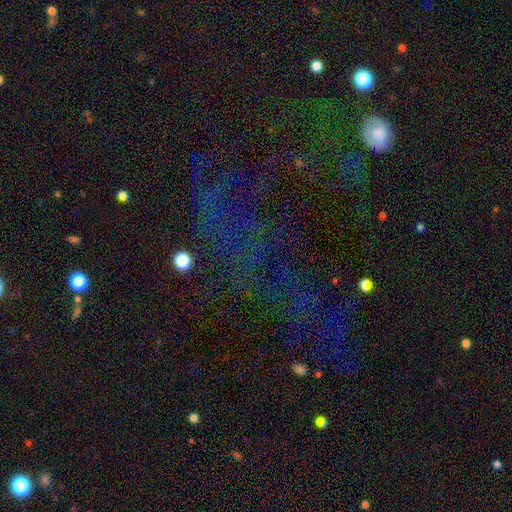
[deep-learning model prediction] A star or artifact, not a galaxy (67%).

Vote fractions:
- Smooth or featured? star or artifact: 67% / smooth: 17% / featured or disk: 16%